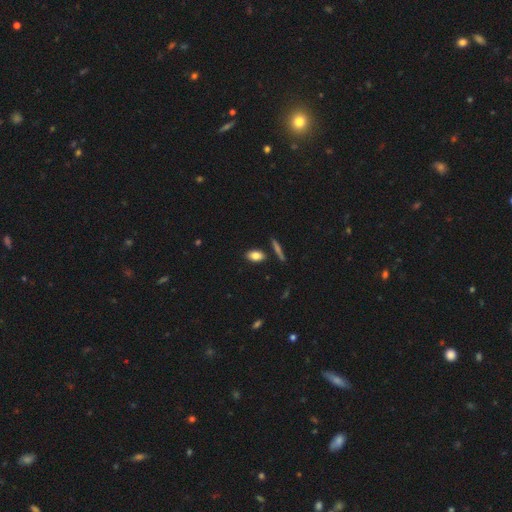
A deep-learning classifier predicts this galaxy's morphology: smooth-or-featured: smooth: 83% | featured or disk: 9% | star or artifact: 8%
  how-rounded: in between: 88% | round: 7% | cigar-shaped: 6%
  merging: none: 83% | minor disturbance: 10% | merger: 5% | major disturbance: 2%